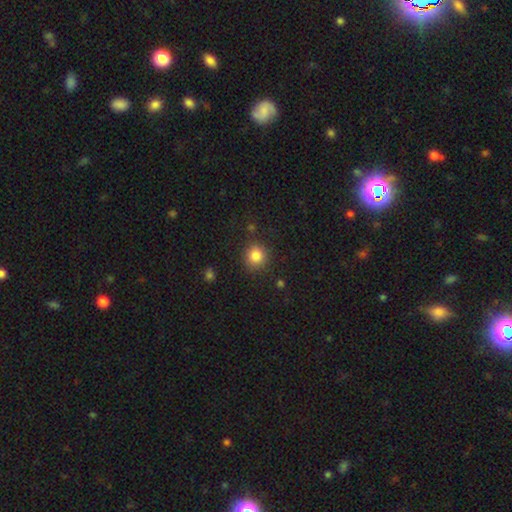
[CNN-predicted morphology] Smooth or featured: smooth — 84% (star or artifact — 11%)
How rounded: round — 90% (in between — 9%)
Merging: none — 86% (minor disturbance — 9%)